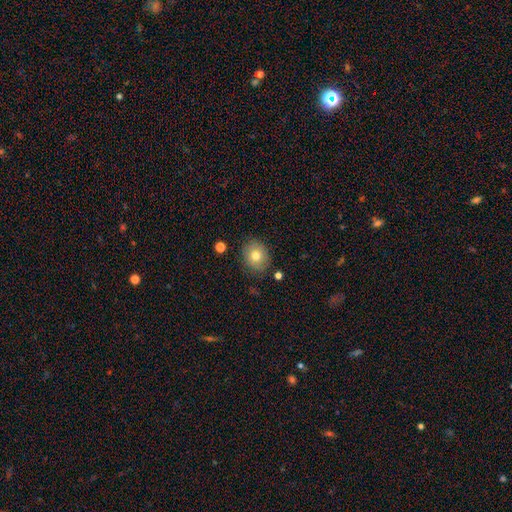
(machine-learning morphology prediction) This appears to be a smooth galaxy with no disk features (76%) that is round (65%). Merging: none (83%).